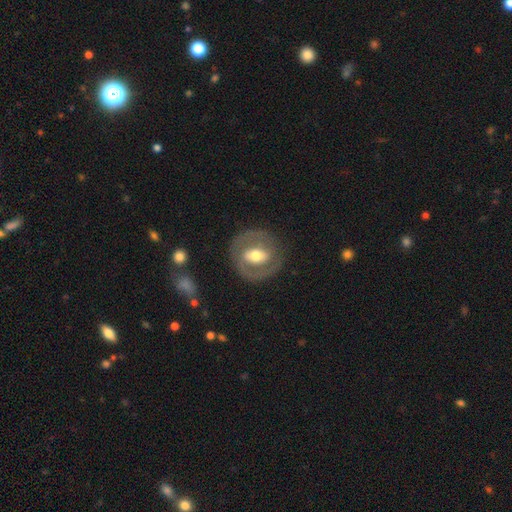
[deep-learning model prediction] Morphology: type=featured or disk (68%); edge-on=no (95%); bar=strong (41%); spiral arms=yes (51%); bulge=moderate (68%); merging=none (82%).